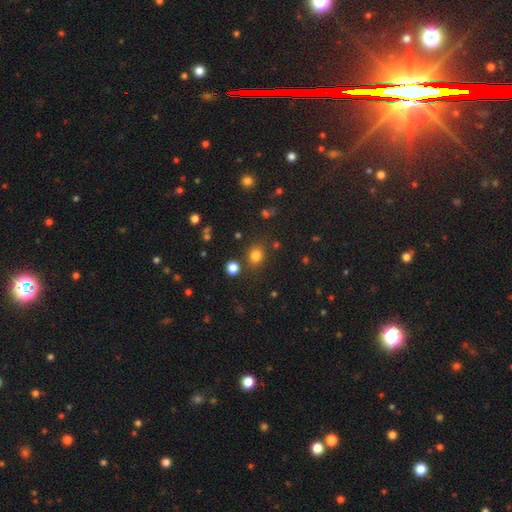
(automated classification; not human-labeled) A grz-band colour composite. It shows a smooth galaxy with no disk features (79%) that is round (72%). Merging: none (80%).